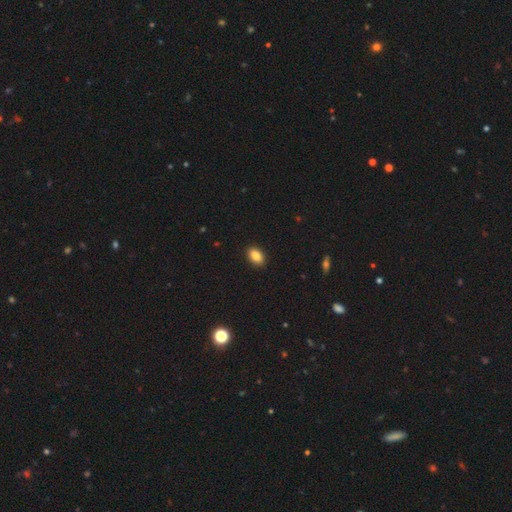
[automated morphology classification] A smooth galaxy with no disk features (87%) that is in between round and cigar-shaped (90%).

Vote fractions:
- Smooth or featured? smooth: 87% / star or artifact: 8% / featured or disk: 4%
- How rounded? in between: 90% / round: 8% / cigar-shaped: 2%
- Merging? none: 90% / minor disturbance: 7% / major disturbance: 2% / merger: 1%